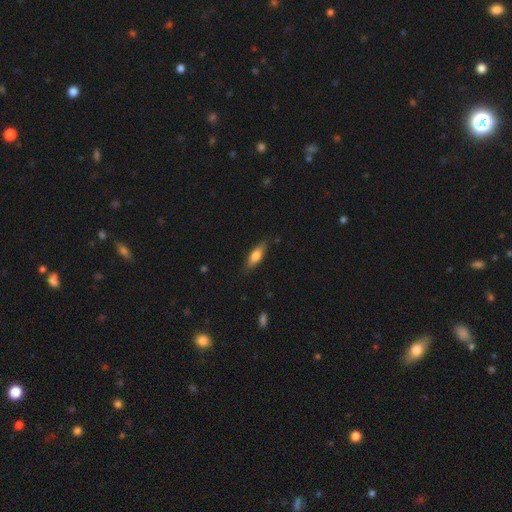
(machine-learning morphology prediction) A smooth galaxy with no disk features (71%) that is in between round and cigar-shaped (56%). Merging: none (82%).